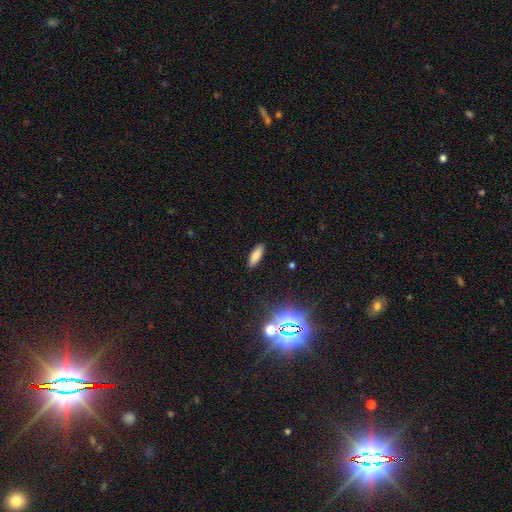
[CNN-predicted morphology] smooth-or-featured: smooth: 79% | star or artifact: 13% | featured or disk: 9%
  how-rounded: in between: 60% | cigar-shaped: 38% | round: 2%
  merging: none: 89% | minor disturbance: 7% | major disturbance: 2% | merger: 1%